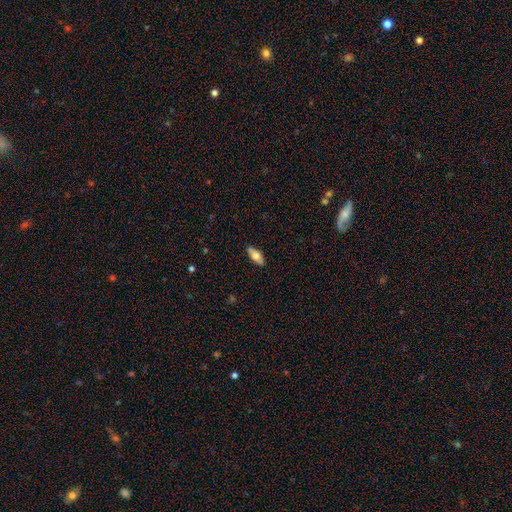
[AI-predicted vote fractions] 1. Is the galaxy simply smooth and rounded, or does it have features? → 68% smooth, 26% featured or disk, 6% star or artifact.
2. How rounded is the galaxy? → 83% in between, 15% cigar-shaped, 3% round.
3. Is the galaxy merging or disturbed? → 85% none, 12% minor disturbance, 2% major disturbance, 1% merger.